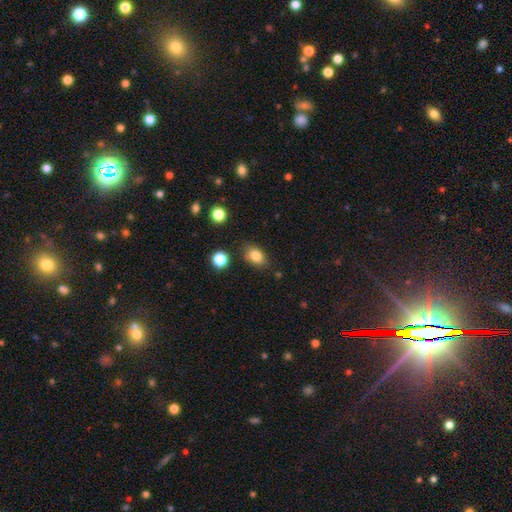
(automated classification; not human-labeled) smooth_or_featured: smooth (p=0.83) [alt: star or artifact p=0.10]
how_rounded: in between (p=0.80) [alt: round p=0.19]
merging: none (p=0.78) [alt: minor disturbance p=0.15]